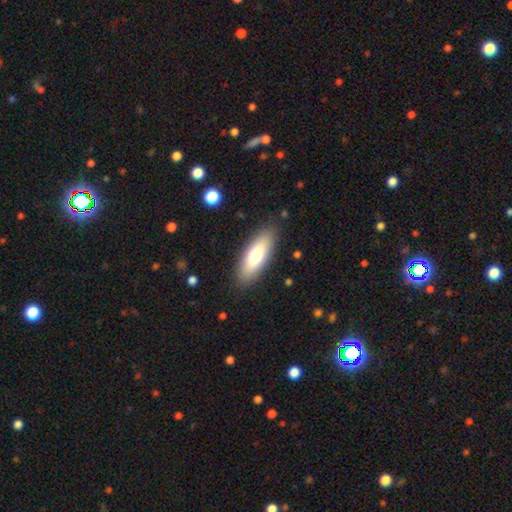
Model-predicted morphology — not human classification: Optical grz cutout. It shows a smooth galaxy with no disk features (72%) that is in between round and cigar-shaped (65%). Merging: none (87%).